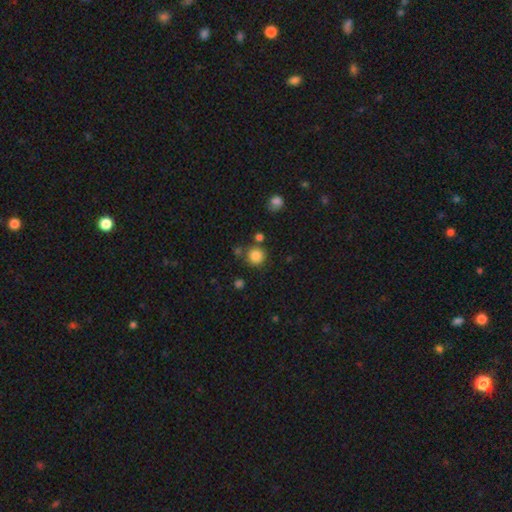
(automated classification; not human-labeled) Morphology: type=smooth (84%); roundness=round (94%); merging=none (80%).